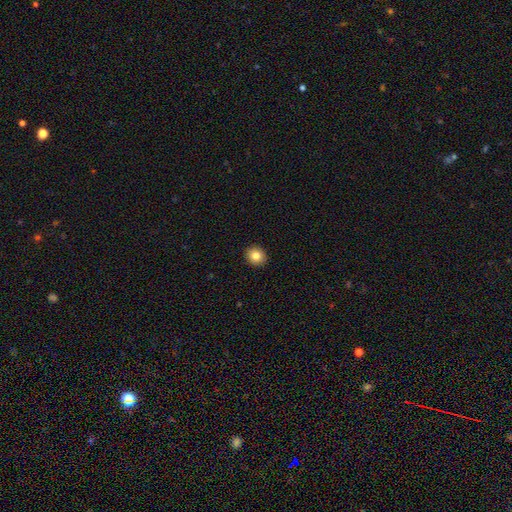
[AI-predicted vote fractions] A smooth galaxy with no disk features (83%) that is round (76%).

Vote fractions:
- Smooth or featured? smooth: 83% / star or artifact: 10% / featured or disk: 7%
- How rounded? round: 76% / in between: 23% / cigar-shaped: 1%
- Merging? none: 92% / minor disturbance: 5% / major disturbance: 2% / merger: 1%